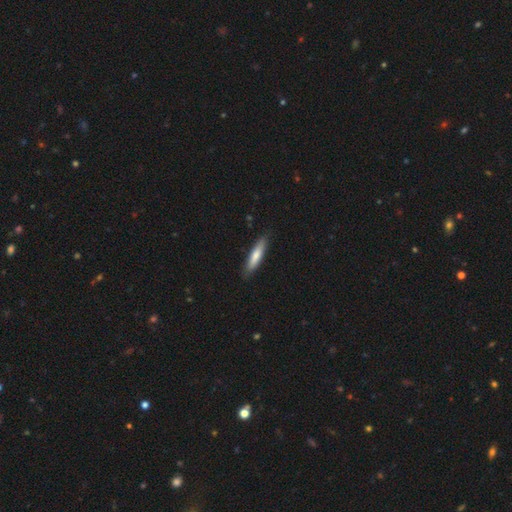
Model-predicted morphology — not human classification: smooth_or_featured: smooth (p=0.73) [alt: featured or disk p=0.22]
how_rounded: cigar-shaped (p=0.79) [alt: in between p=0.19]
merging: none (p=0.86) [alt: minor disturbance p=0.11]